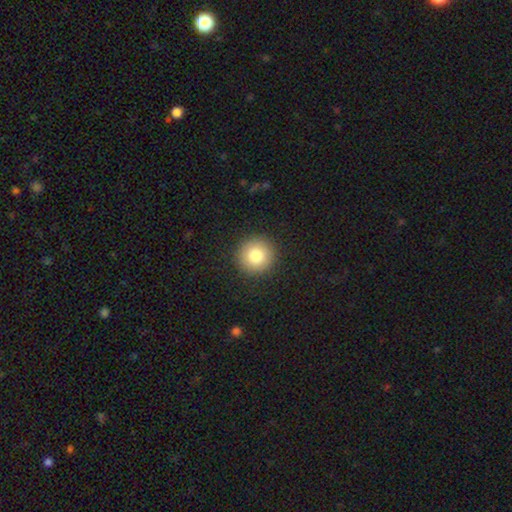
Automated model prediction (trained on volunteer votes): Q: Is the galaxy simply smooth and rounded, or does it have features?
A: smooth — 80%.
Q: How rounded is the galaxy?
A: round — 95%.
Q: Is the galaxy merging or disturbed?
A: none — 91%.